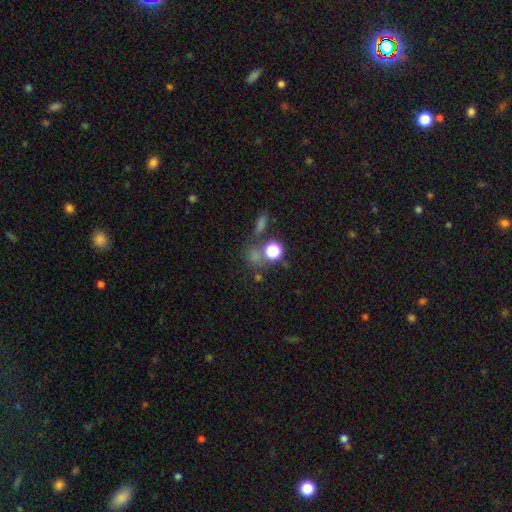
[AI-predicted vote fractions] Overall: smooth (48%; star or artifact 42%). Merging: none (60%; merger 21%).